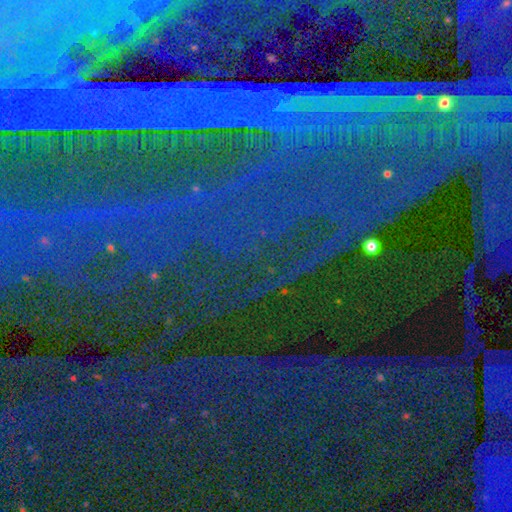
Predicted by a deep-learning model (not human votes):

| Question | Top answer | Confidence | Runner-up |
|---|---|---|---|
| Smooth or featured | star or artifact | 88% | featured or disk (6%) |